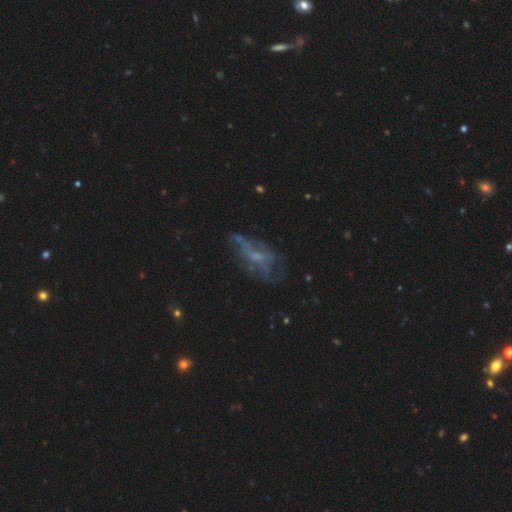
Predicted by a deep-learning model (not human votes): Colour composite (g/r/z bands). It shows a featured or disk galaxy (57%) with no bar (72%), no spiral arms (69%) and a small central bulge (44%). Merging: none (44%).